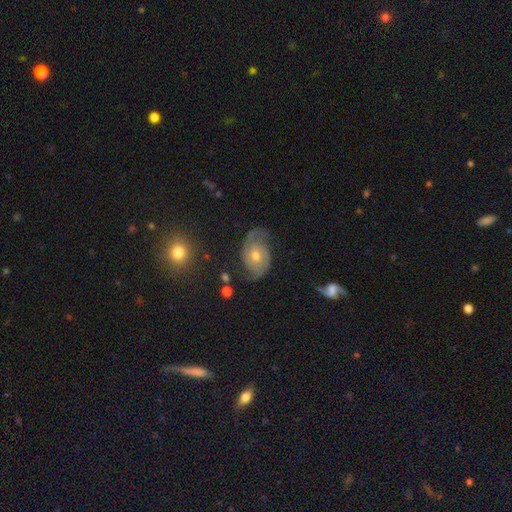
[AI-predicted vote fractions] Smooth or featured?
  - featured or disk: 84% *
  - smooth: 9%
  - star or artifact: 7%
Edge-on disk?
  - no: 97% *
  - yes: 3%
Bar?
  - no: 70% *
  - weak: 24%
  - strong: 5%
Spiral arms?
  - yes: 96% *
  - no: 4%
Spiral winding?
  - medium: 43% *
  - tight: 42%
  - loose: 15%
Spiral arm count?
  - 2: 88% *
  - can't tell: 5%
  - 1: 2%
  - 3: 2%
  - 4: 1%
  - more than 4: 1%
Bulge size?
  - moderate: 61% *
  - small: 33%
  - large: 3%
  - none: 1%
  - dominant: 1%
Merging?
  - none: 73% *
  - minor disturbance: 18%
  - major disturbance: 8%
  - merger: 2%